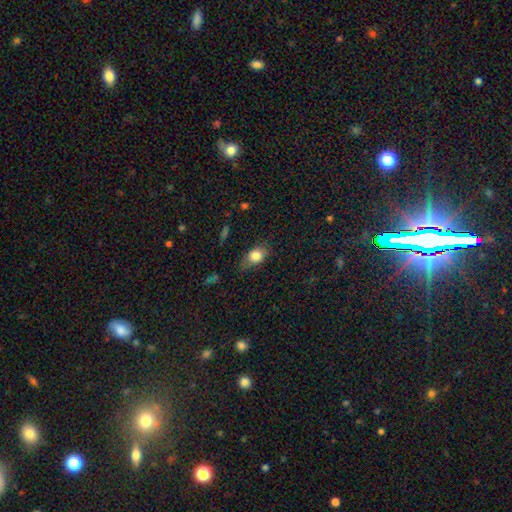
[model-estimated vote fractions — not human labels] Smooth or featured? smooth (80%)
How rounded? in between (70%)
Merging? none (60%)